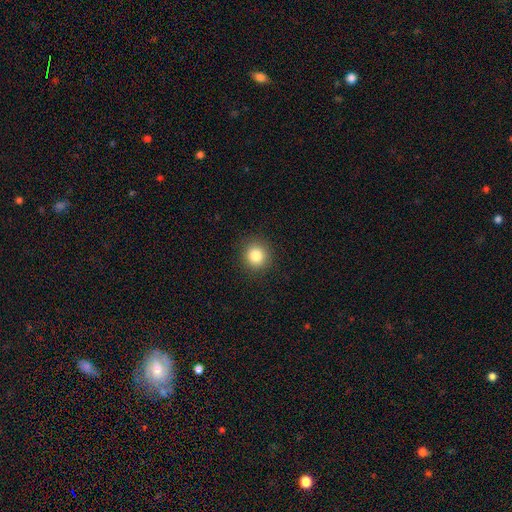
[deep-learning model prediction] This appears to be a smooth galaxy with no disk features (84%) that is round (92%). Merging: none (91%).